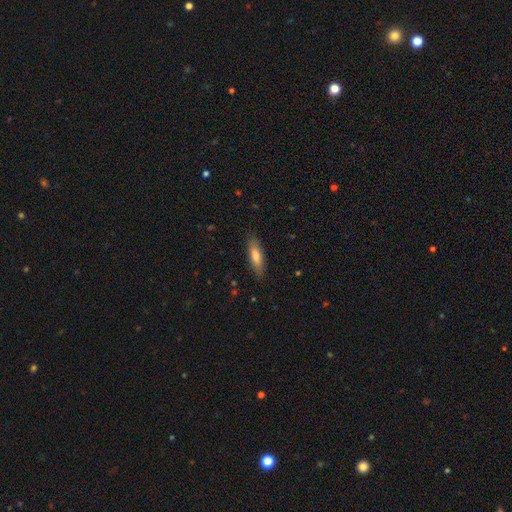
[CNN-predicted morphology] Smooth or featured? Predicted: smooth (p=0.74). How rounded? Predicted: cigar-shaped (p=0.64). Merging? Predicted: none (p=0.86).